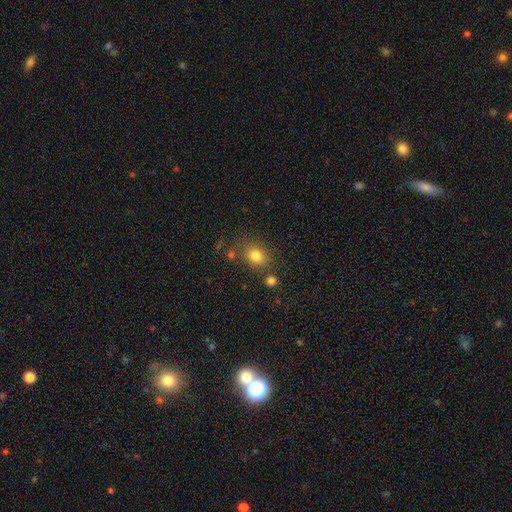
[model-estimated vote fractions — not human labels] Q: Smooth or featured?
A: smooth (80%); runner-up: star or artifact (12%)
Q: How rounded?
A: in between (51%); runner-up: round (48%)
Q: Merging?
A: none (73%); runner-up: minor disturbance (14%)